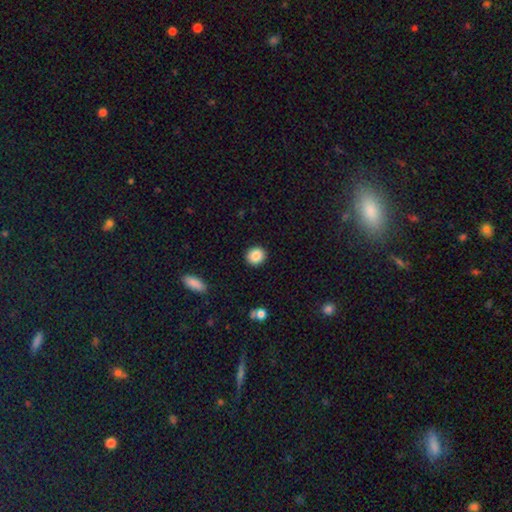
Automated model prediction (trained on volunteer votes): A smooth galaxy with no disk features (87%) that is round (87%). Merging: none (92%).